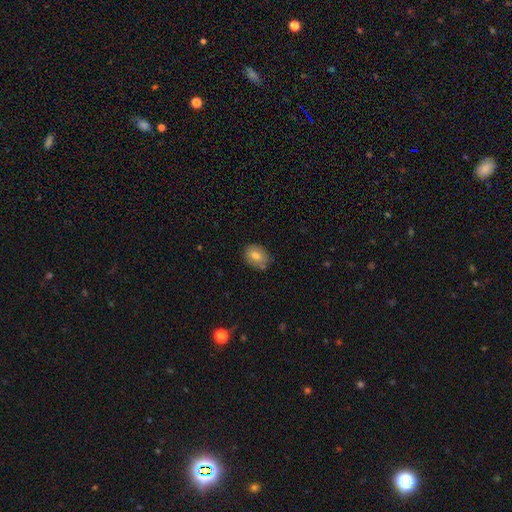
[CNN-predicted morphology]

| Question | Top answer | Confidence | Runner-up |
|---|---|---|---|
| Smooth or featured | smooth | 77% | featured or disk (14%) |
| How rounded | in between | 58% | round (41%) |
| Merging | none | 76% | minor disturbance (17%) |